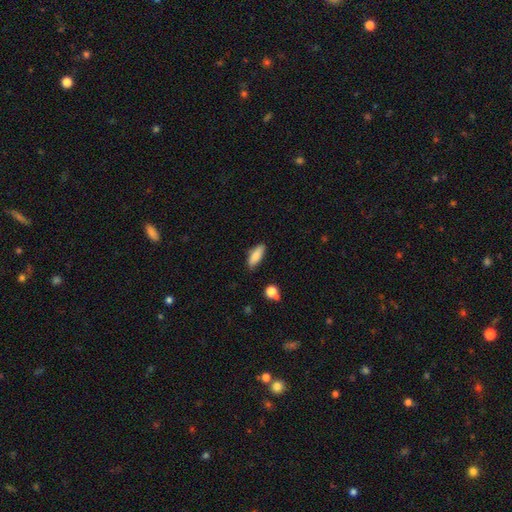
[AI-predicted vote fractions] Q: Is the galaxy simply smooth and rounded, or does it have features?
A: smooth — 84%.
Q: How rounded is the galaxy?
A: in between — 71%.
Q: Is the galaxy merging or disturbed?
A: none — 81%.